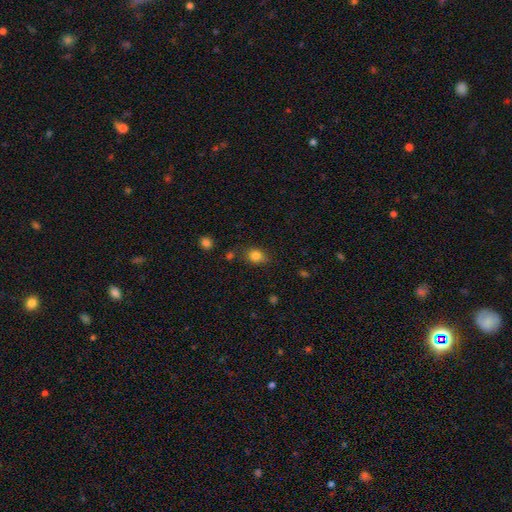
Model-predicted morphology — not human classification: Smooth or featured: smooth — 83% (star or artifact — 11%)
How rounded: in between — 54% (round — 45%)
Merging: none — 75% (minor disturbance — 17%)